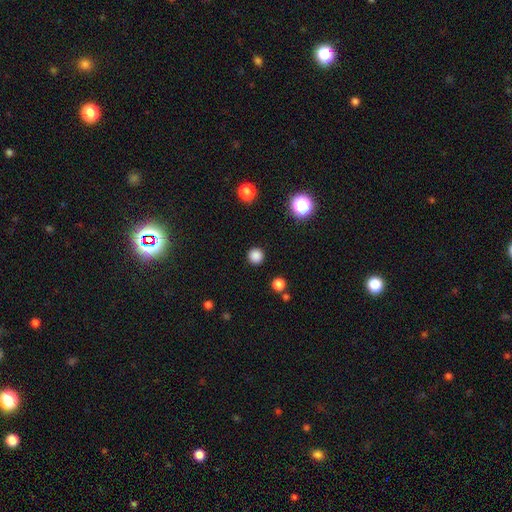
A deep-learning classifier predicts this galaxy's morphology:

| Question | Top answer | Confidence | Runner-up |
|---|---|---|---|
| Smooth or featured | smooth | 84% | star or artifact (13%) |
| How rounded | round | 95% | in between (4%) |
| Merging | none | 91% | minor disturbance (5%) |